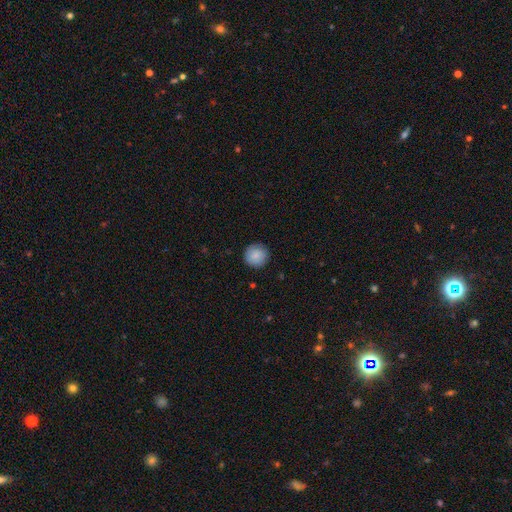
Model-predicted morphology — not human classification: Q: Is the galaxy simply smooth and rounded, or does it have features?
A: smooth — 86%.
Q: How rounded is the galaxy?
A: round — 94%.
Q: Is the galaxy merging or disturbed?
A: none — 89%.